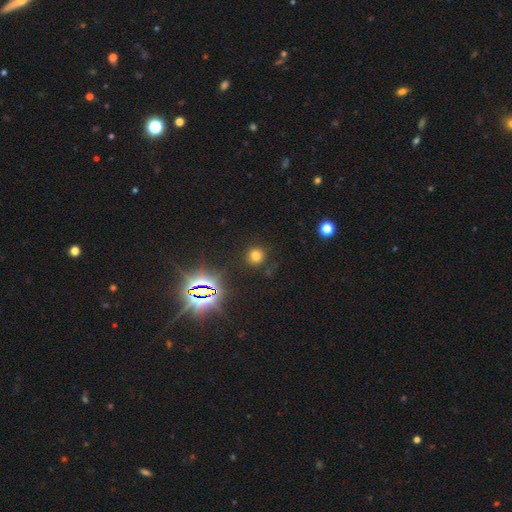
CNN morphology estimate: Smooth or featured: smooth — 68% (star or artifact — 24%)
How rounded: round — 91% (in between — 8%)
Merging: none — 86% (minor disturbance — 8%)